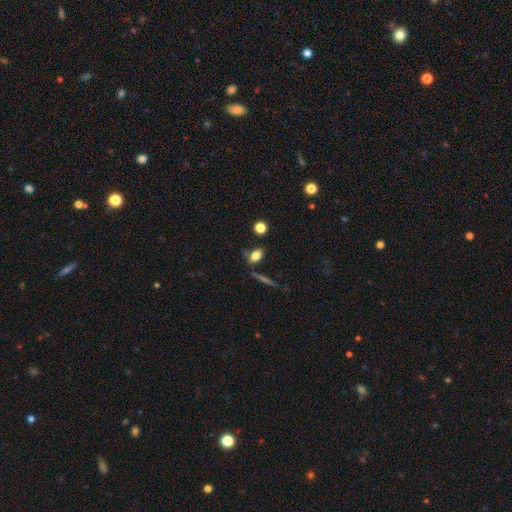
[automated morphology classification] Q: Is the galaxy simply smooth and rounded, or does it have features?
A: smooth — 79%.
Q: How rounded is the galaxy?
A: in between — 75%.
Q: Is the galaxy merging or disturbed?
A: none — 75%.